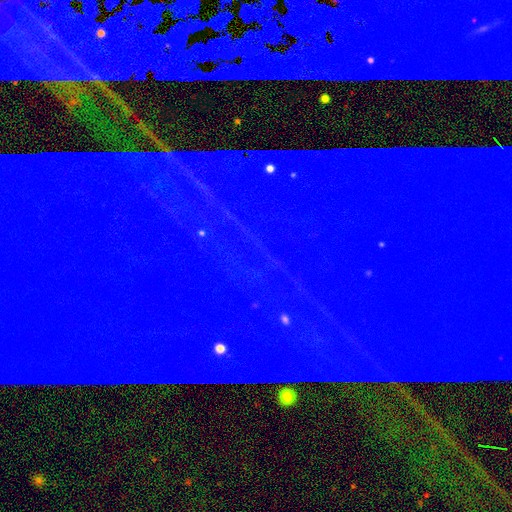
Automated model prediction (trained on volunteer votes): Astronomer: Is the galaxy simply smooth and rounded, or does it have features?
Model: star or artifact — 88%.